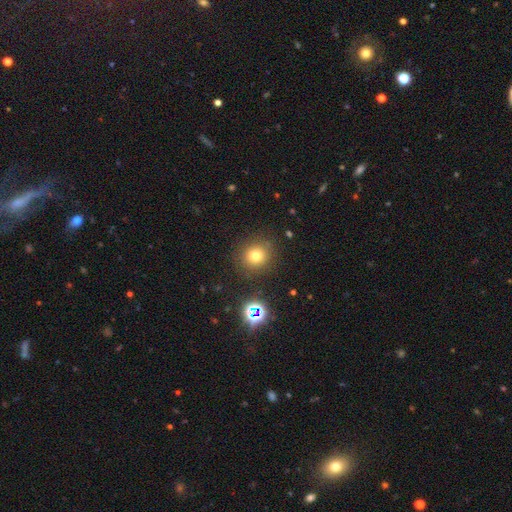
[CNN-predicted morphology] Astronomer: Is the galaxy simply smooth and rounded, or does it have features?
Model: smooth — 72%.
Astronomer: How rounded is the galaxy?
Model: round — 88%.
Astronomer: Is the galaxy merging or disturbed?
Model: none — 86%.